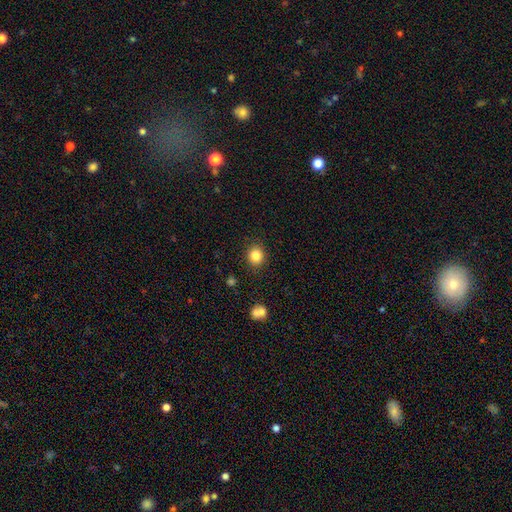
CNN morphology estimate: Smooth or featured? Predicted: smooth (p=0.84). How rounded? Predicted: round (p=0.80). Merging? Predicted: none (p=0.89).